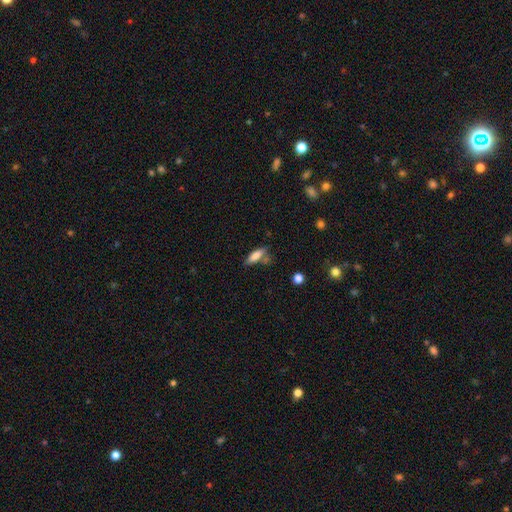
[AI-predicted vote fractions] smooth-or-featured: smooth: 74% | featured or disk: 18% | star or artifact: 8%
  how-rounded: in between: 55% | cigar-shaped: 43% | round: 2%
  merging: none: 58% | minor disturbance: 21% | merger: 14% | major disturbance: 7%